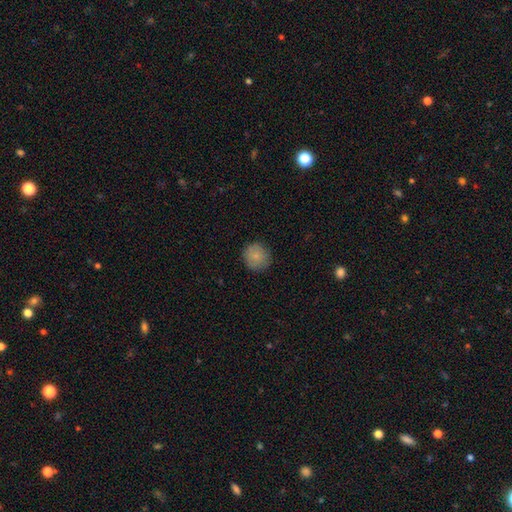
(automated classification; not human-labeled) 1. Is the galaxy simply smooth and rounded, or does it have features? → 83% smooth, 9% star or artifact, 8% featured or disk.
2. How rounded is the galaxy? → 92% round, 7% in between, 1% cigar-shaped.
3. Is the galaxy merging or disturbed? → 86% none, 10% minor disturbance, 2% major disturbance, 1% merger.